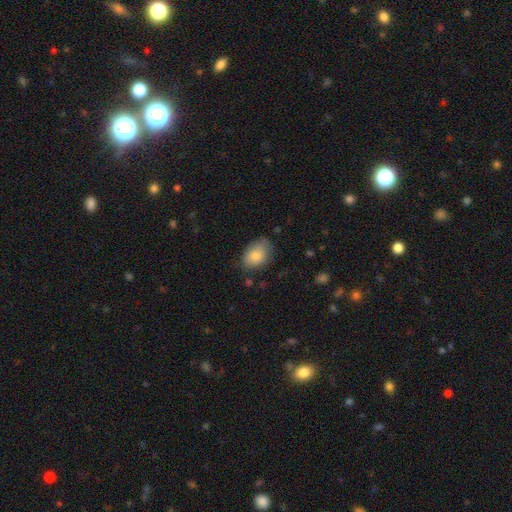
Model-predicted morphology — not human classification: A smooth galaxy with no disk features (82%) that is in between round and cigar-shaped (86%). Merging: none (69%).